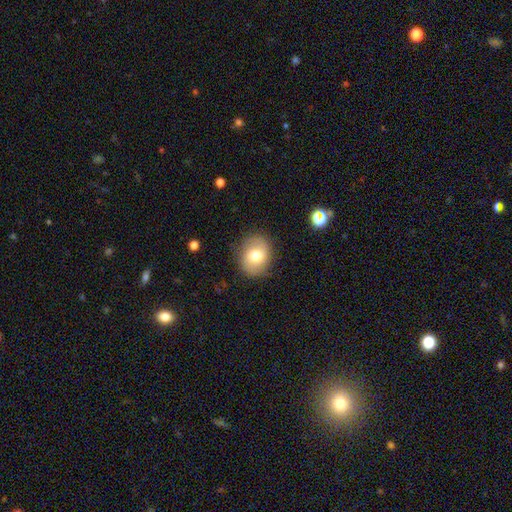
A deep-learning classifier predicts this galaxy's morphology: This is likely a smooth galaxy (69%). How rounded: possibly round (59%). Merging: clearly none (84%).